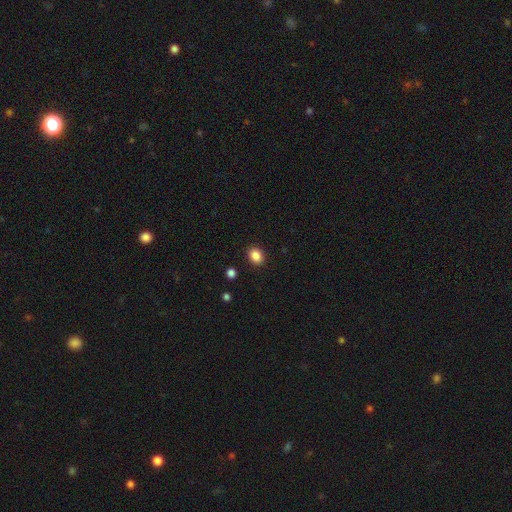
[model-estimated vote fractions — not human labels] smooth_or_featured: smooth (p=0.87) [alt: star or artifact p=0.10]
how_rounded: in between (p=0.54) [alt: round p=0.45]
merging: none (p=0.90) [alt: minor disturbance p=0.07]